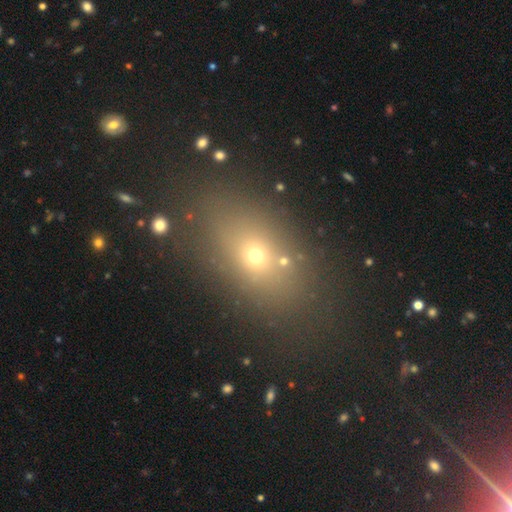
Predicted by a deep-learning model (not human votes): smooth-or-featured: smooth: 59% | star or artifact: 26% | featured or disk: 15%
  how-rounded: in between: 68% | round: 27% | cigar-shaped: 5%
  merging: none: 80% | minor disturbance: 10% | major disturbance: 5% | merger: 4%